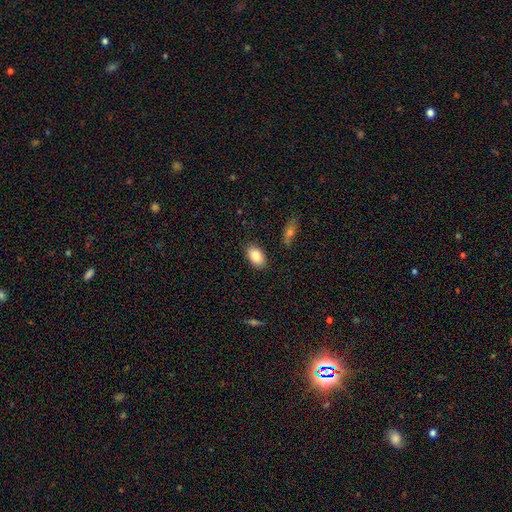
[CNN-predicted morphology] The model was most divided on "merging": none: 86%, minor disturbance: 10%, major disturbance: 2%, merger: 2%. More confident: how rounded — in between (92%); smooth or featured — smooth (86%).